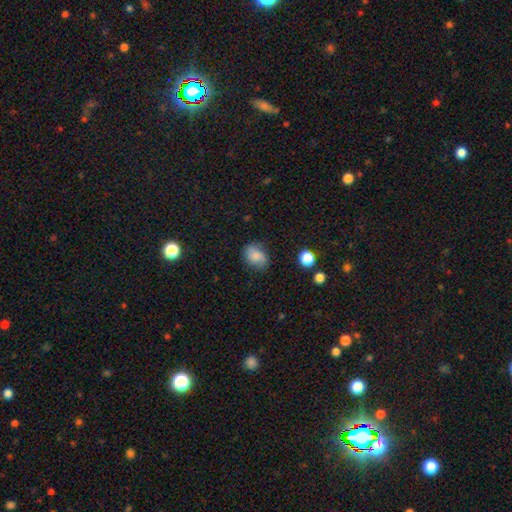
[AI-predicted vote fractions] smooth_or_featured: smooth (p=0.78) [alt: featured or disk p=0.13]
how_rounded: in between (p=0.67) [alt: round p=0.32]
merging: none (p=0.71) [alt: minor disturbance p=0.22]